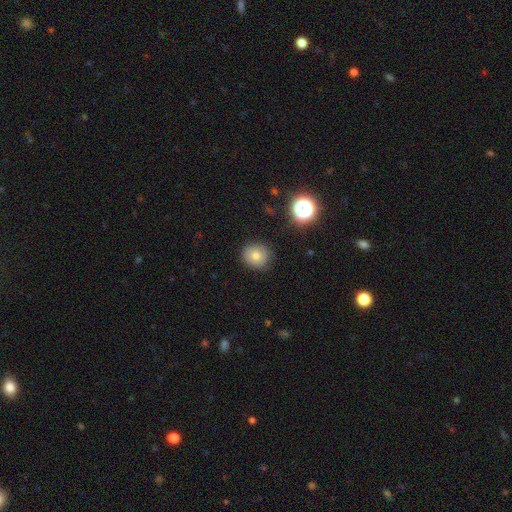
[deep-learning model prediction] A smooth galaxy with no disk features (74%) that is round (82%).

Vote fractions:
- Smooth or featured? smooth: 74% / featured or disk: 14% / star or artifact: 13%
- How rounded? round: 82% / in between: 17% / cigar-shaped: 1%
- Merging? none: 86% / minor disturbance: 10% / major disturbance: 2% / merger: 1%